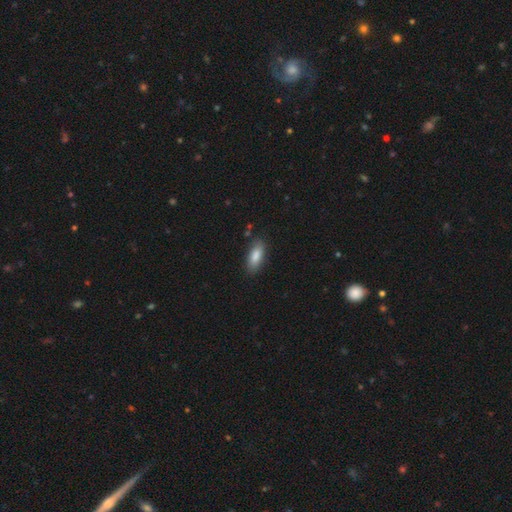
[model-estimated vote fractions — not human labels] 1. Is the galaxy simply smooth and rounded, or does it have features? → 85% smooth, 9% featured or disk, 6% star or artifact.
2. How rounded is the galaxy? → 81% in between, 17% cigar-shaped, 2% round.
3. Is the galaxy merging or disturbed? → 82% none, 13% minor disturbance, 3% major disturbance, 2% merger.